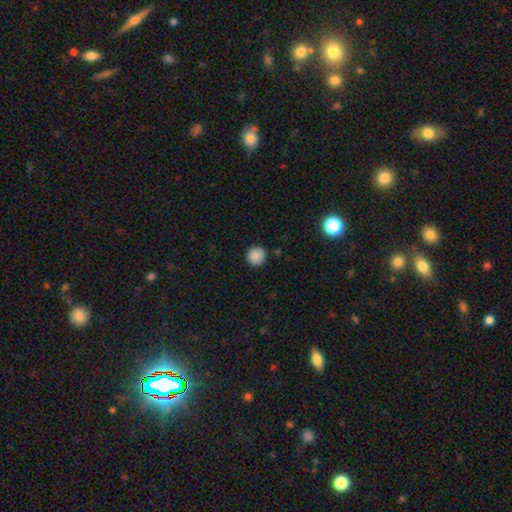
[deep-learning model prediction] Smooth or featured? Predicted: smooth (p=0.87). How rounded? Predicted: round (p=0.93). Merging? Predicted: none (p=0.87).